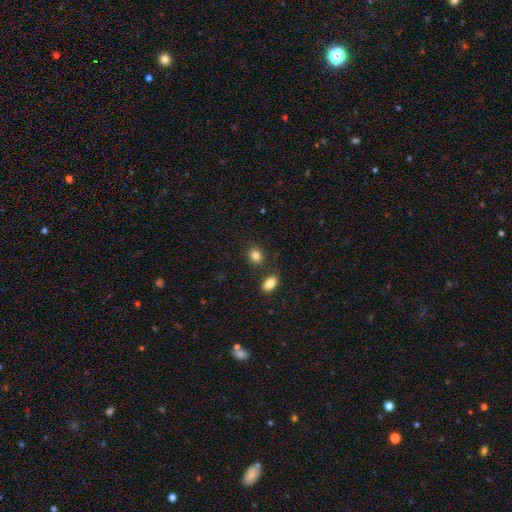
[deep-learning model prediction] Morphology: type=smooth (84%); roundness=round (52%); merging=none (78%).